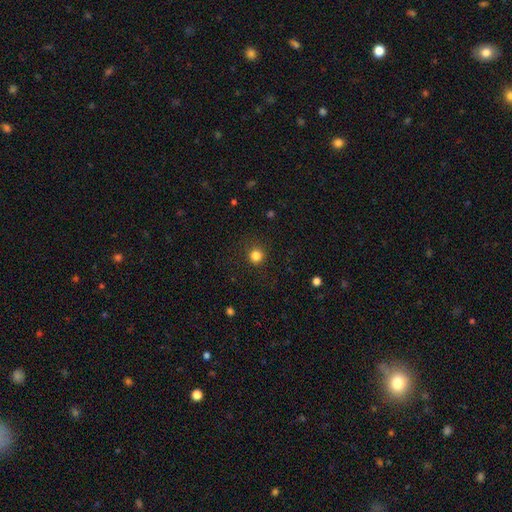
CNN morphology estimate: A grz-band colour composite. It shows a smooth galaxy with no disk features (83%) that is round (93%). Merging: none (89%).